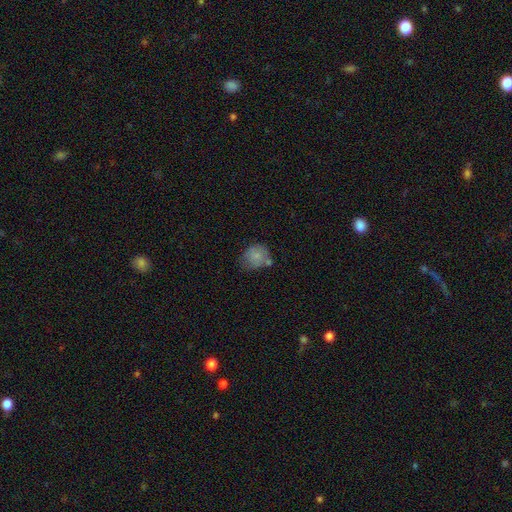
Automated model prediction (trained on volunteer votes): The model was most divided on "merging": none: 46%, minor disturbance: 26%, merger: 19%, major disturbance: 9%. More confident: smooth or featured — smooth (79%); how rounded — round (70%).